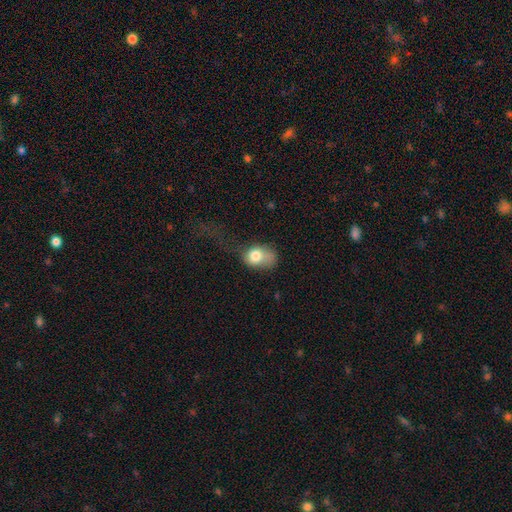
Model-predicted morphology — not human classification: A smooth galaxy with no disk features (77%) that is in between round and cigar-shaped (63%).

Vote fractions:
- Smooth or featured? smooth: 77% / featured or disk: 14% / star or artifact: 9%
- How rounded? in between: 63% / round: 36% / cigar-shaped: 1%
- Merging? major disturbance: 39% / minor disturbance: 32% / none: 24% / merger: 5%